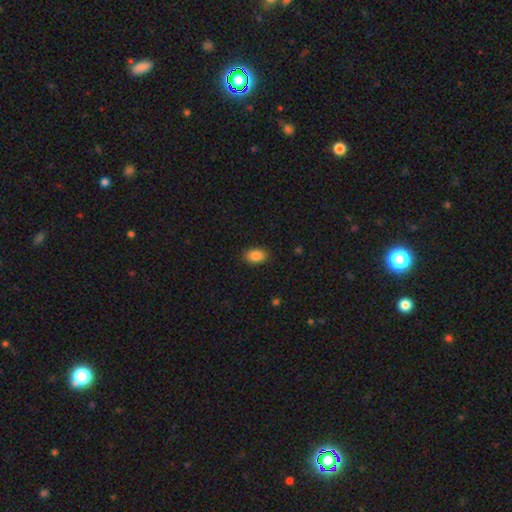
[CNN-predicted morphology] Smooth or featured? Predicted: smooth (p=0.86). How rounded? Predicted: in between (p=0.84). Merging? Predicted: none (p=0.88).